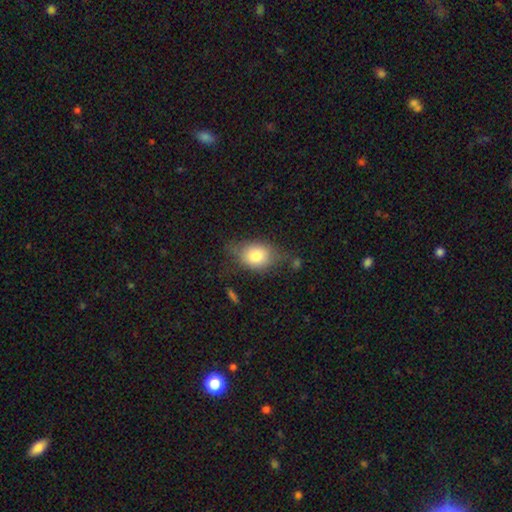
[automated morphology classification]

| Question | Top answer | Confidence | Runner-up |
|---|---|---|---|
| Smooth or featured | smooth | 72% | featured or disk (19%) |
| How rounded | in between | 65% | round (33%) |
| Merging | none | 52% | minor disturbance (31%) |